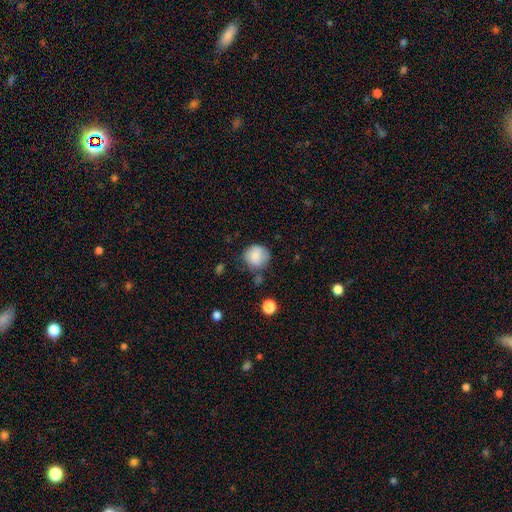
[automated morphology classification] A smooth galaxy with no disk features (80%) that is round (87%). Merging: none (64%).